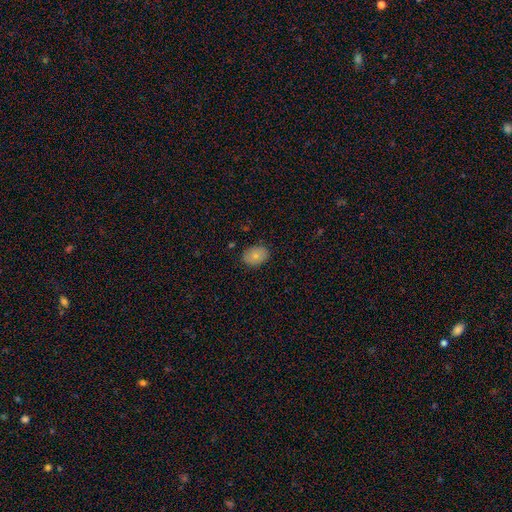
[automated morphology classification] smooth_or_featured: smooth (p=0.78) [alt: featured or disk p=0.14]
how_rounded: in between (p=0.72) [alt: round p=0.27]
merging: none (p=0.85) [alt: minor disturbance p=0.12]